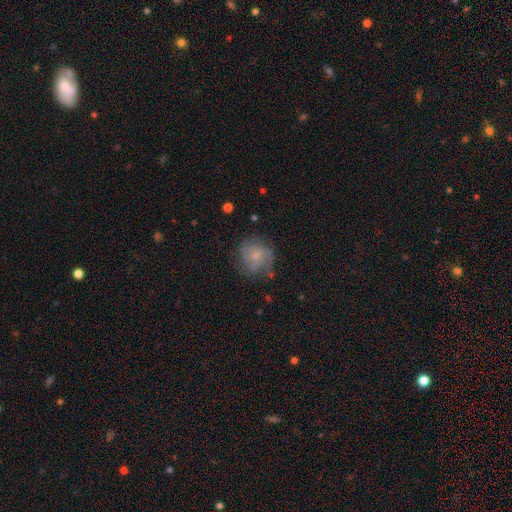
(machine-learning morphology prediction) type=featured or disk (51%); edge-on=no (98%); merging=none (59%).